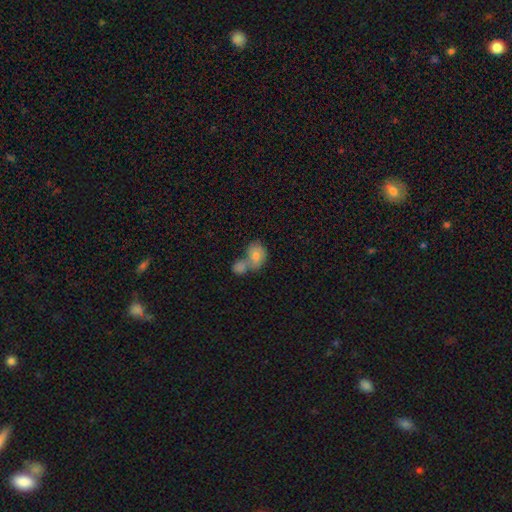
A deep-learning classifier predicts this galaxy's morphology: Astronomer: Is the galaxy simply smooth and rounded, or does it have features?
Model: smooth — 74%.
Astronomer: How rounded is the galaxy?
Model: round — 49%, tied with in between at 49%.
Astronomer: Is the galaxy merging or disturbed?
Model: merger — 62%.